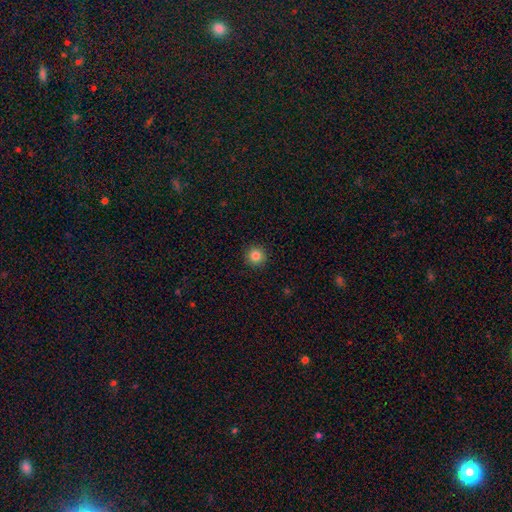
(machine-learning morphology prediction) A smooth galaxy with no disk features (84%) that is round (96%). Merging: none (93%).